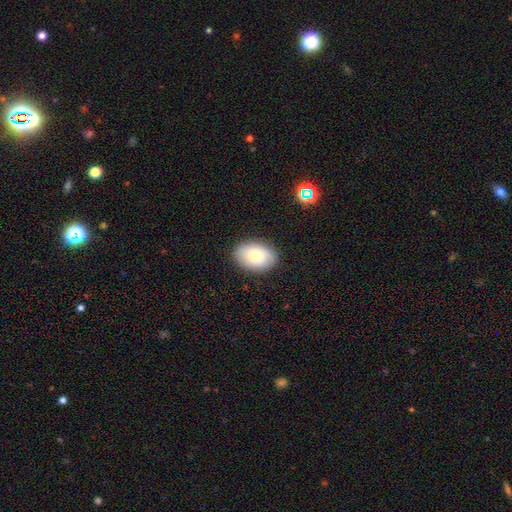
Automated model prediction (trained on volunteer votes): smooth-or-featured: smooth: 82% | featured or disk: 11% | star or artifact: 7%
  how-rounded: in between: 88% | round: 11% | cigar-shaped: 1%
  merging: none: 87% | minor disturbance: 9% | major disturbance: 2% | merger: 1%